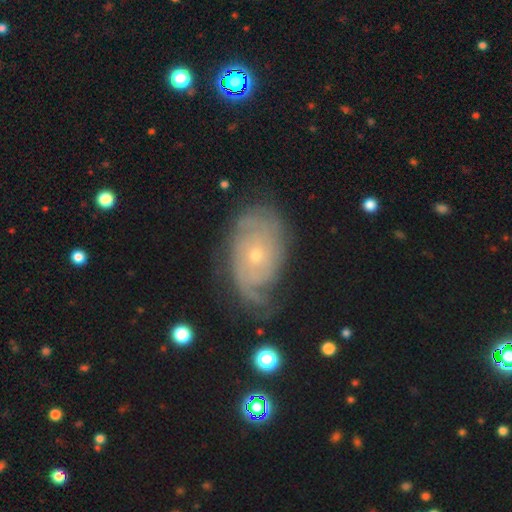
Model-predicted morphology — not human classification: A featured or disk galaxy (80%) with no bar (80%), tight (65%) spiral arms (93%) and a small central bulge (71%). Merging: none (64%).